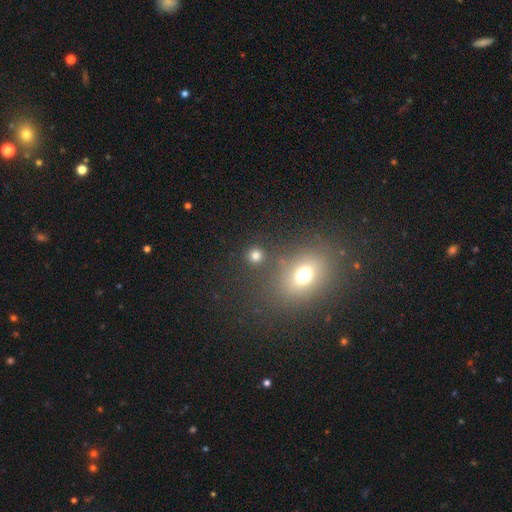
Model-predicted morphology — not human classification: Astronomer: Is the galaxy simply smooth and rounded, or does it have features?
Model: smooth — 77%.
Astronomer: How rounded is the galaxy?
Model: round — 88%.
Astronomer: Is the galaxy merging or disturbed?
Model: none — 83%.